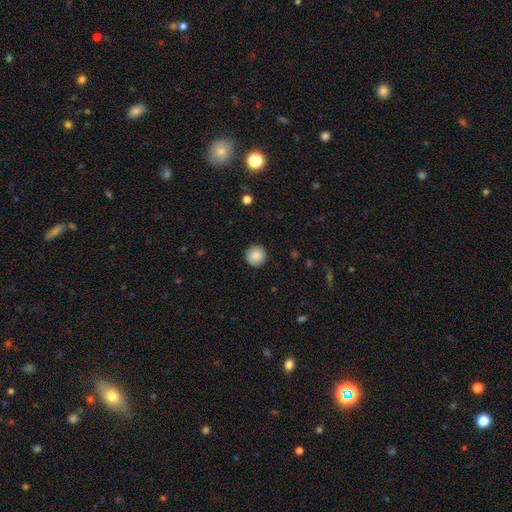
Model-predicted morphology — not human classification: type=smooth (87%); roundness=round (96%); merging=none (91%).